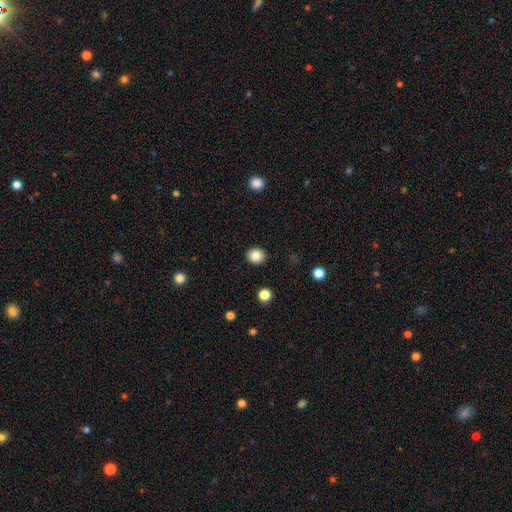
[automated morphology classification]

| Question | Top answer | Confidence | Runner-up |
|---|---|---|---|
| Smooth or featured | smooth | 86% | star or artifact (10%) |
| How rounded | round | 85% | in between (14%) |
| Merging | none | 92% | minor disturbance (5%) |